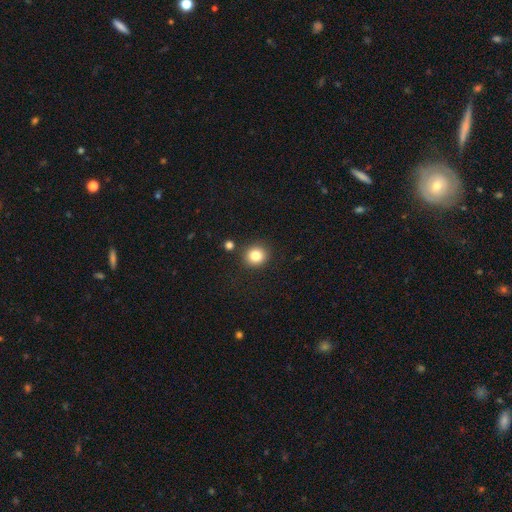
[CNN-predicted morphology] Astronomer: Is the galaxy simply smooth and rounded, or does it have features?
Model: smooth — 83%.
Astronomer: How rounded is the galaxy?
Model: round — 87%.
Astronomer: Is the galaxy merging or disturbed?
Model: none — 86%.